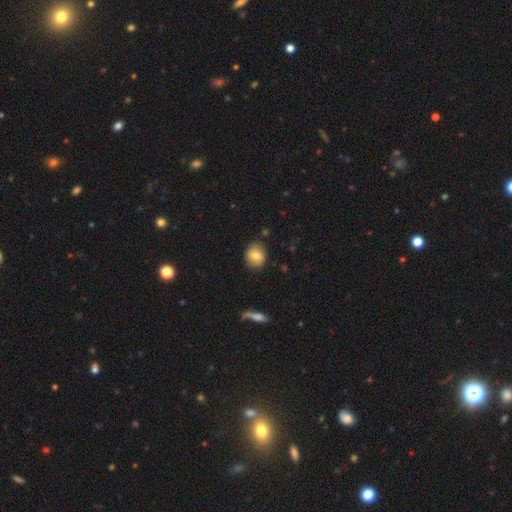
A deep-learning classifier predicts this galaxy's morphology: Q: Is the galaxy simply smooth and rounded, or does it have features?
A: smooth — 77%.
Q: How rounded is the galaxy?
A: round — 67%.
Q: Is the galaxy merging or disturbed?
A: none — 83%.